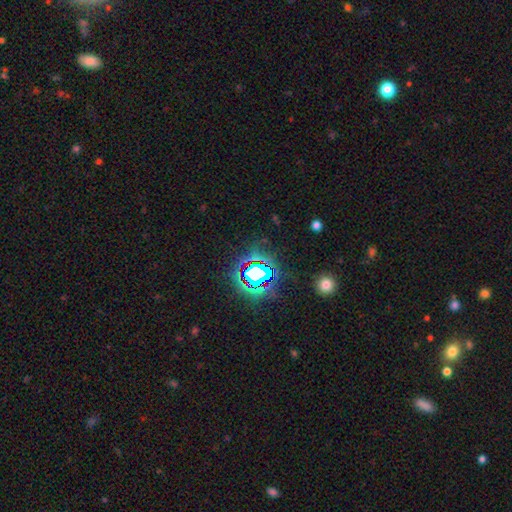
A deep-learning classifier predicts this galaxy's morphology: This is clearly a star or artifact rather than a galaxy (81%).